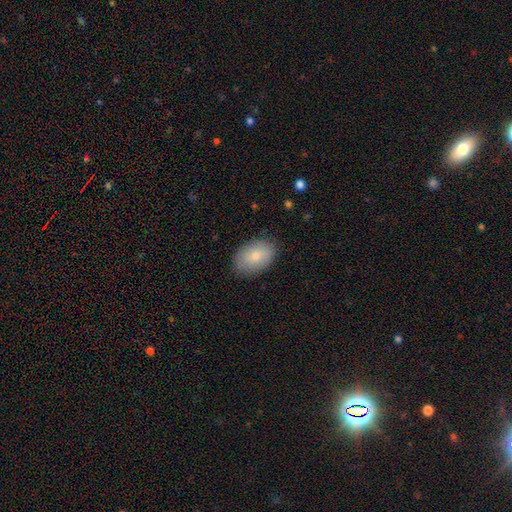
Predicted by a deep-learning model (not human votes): Smooth or featured: smooth — 80% (featured or disk — 14%)
How rounded: in between — 87% (round — 11%)
Merging: none — 84% (minor disturbance — 12%)